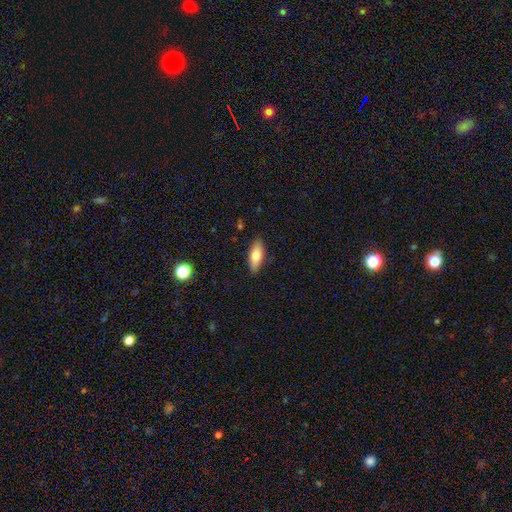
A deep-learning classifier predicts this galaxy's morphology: smooth-or-featured: smooth: 75% | featured or disk: 18% | star or artifact: 7%
  how-rounded: in between: 72% | cigar-shaped: 26% | round: 3%
  merging: none: 85% | minor disturbance: 12% | major disturbance: 2% | merger: 1%